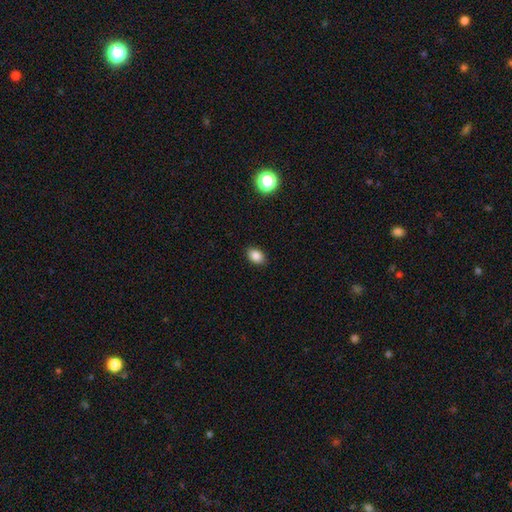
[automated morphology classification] This appears to be a smooth galaxy with no disk features (85%) that is in between round and cigar-shaped (80%). Merging: none (89%).